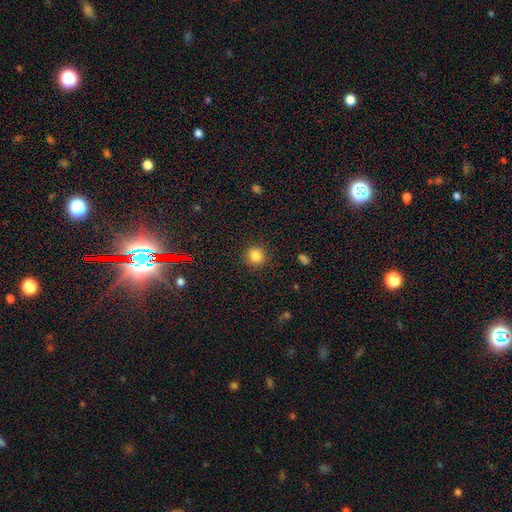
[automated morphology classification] Smooth or featured? smooth (82%)
How rounded? round (93%)
Merging? none (91%)